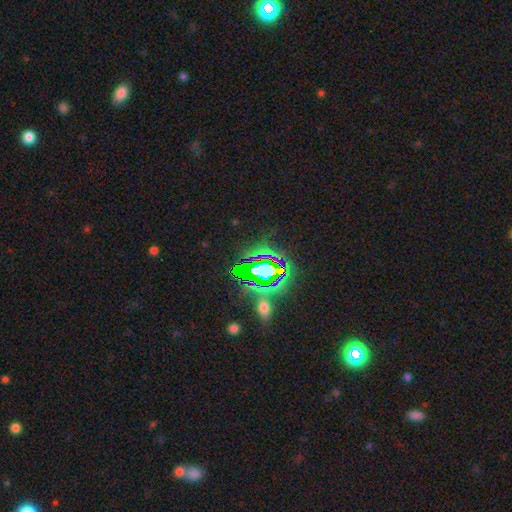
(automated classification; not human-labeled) The model was most divided on "smooth or featured": star or artifact: 78%, smooth: 12%, featured or disk: 11%.